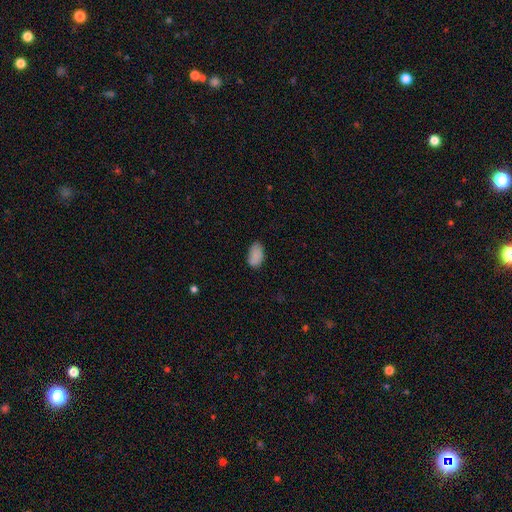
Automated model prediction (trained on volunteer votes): Smooth or featured? smooth (85%)
How rounded? in between (93%)
Merging? none (73%)